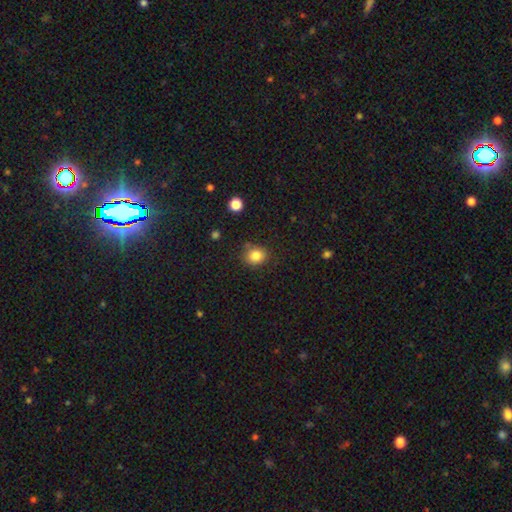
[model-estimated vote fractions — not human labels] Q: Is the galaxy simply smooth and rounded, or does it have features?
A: smooth — 84%.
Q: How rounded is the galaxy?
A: round — 70%.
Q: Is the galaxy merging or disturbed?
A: none — 73%.